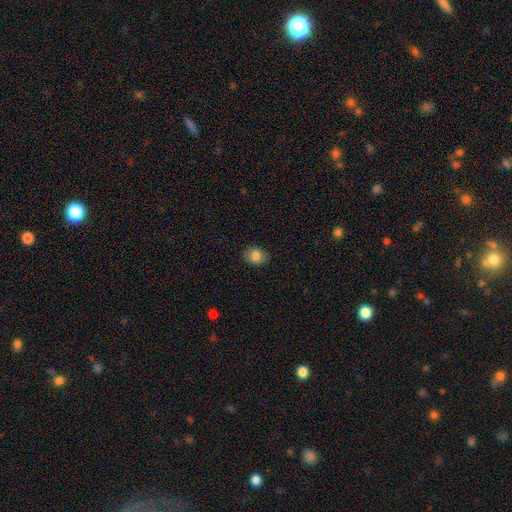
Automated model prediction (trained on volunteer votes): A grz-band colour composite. It shows a smooth galaxy with no disk features (83%) that is in between round and cigar-shaped (50%). Merging: none (84%).